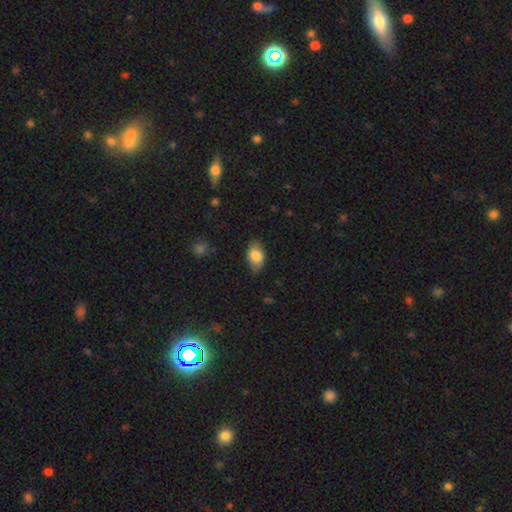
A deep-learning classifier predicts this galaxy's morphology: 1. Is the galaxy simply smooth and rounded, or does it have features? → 82% smooth, 11% featured or disk, 7% star or artifact.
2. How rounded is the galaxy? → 86% in between, 13% round, 2% cigar-shaped.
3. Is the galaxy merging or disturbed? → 77% none, 18% minor disturbance, 4% major disturbance, 1% merger.